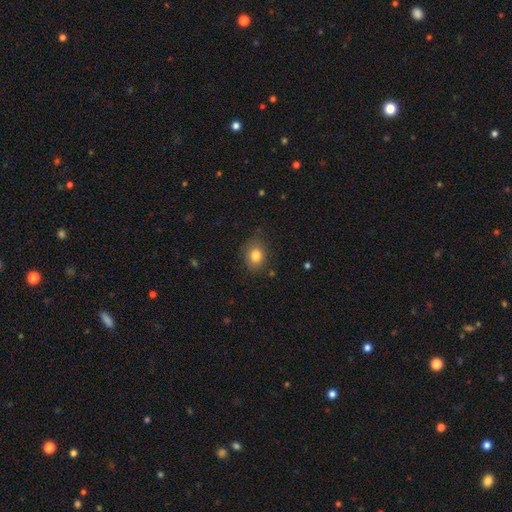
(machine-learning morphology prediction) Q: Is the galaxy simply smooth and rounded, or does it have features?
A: smooth — 82%.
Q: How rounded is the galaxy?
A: round — 53%.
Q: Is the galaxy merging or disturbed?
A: none — 79%.